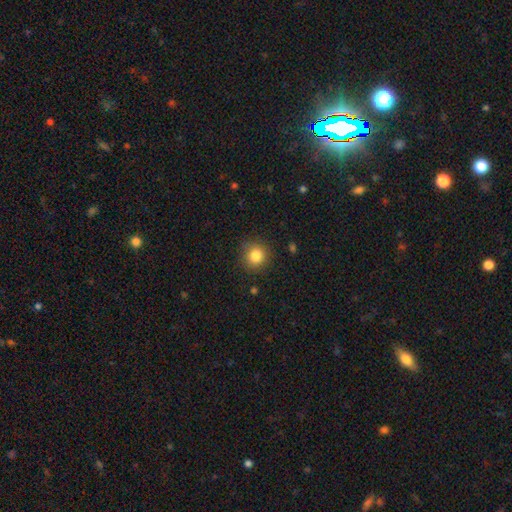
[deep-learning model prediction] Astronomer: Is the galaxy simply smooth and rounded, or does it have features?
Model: smooth — 83%.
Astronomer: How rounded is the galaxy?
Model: round — 90%.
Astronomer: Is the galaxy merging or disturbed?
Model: none — 86%.